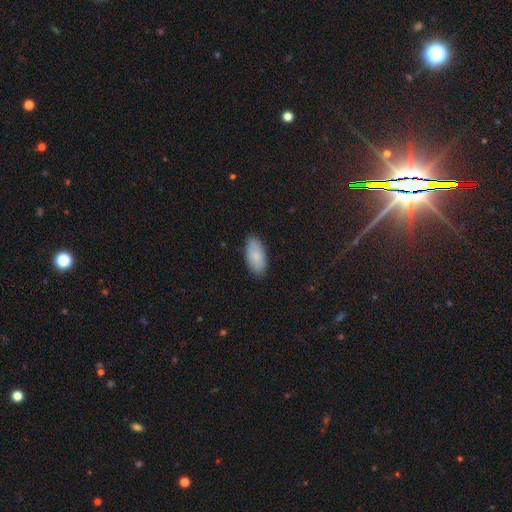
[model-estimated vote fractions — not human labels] Smooth or featured? smooth (85%)
How rounded? in between (89%)
Merging? none (86%)